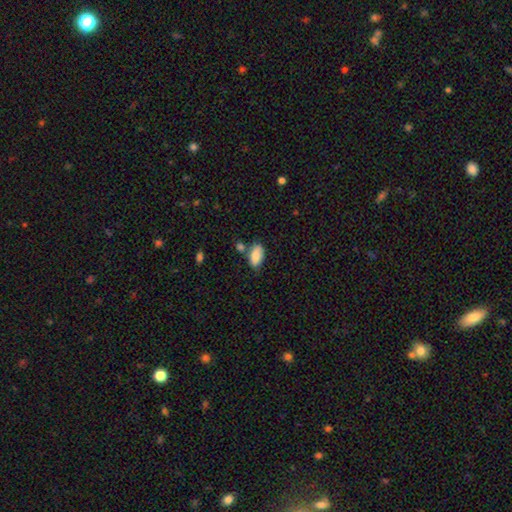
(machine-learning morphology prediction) Overall: smooth (82%). How rounded: in between (93%). Merging: none (64%).